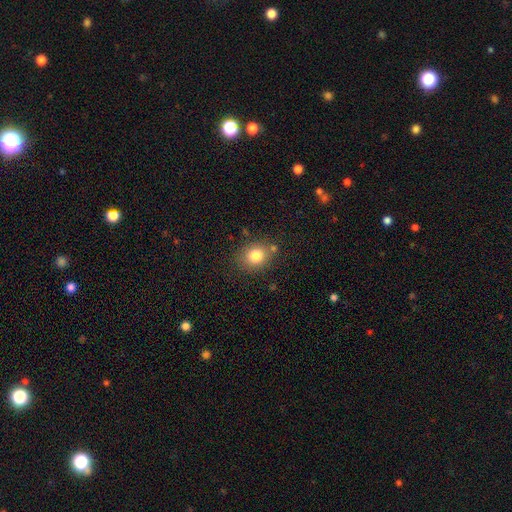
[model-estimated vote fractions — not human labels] Smooth or featured? smooth (81%)
How rounded? round (60%)
Merging? none (77%)